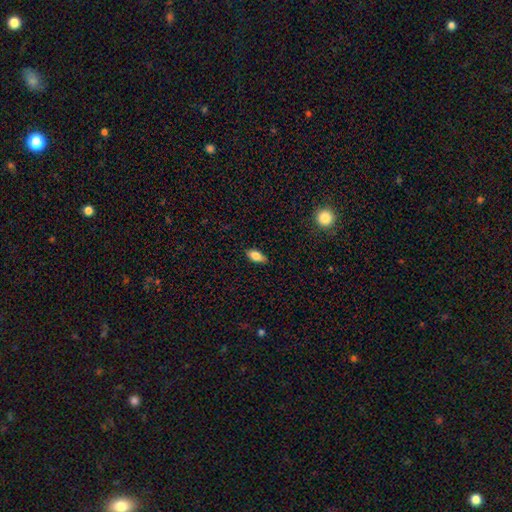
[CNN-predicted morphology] This is clearly a smooth galaxy (80%). How rounded: clearly in between (85%). Merging: clearly none (83%).